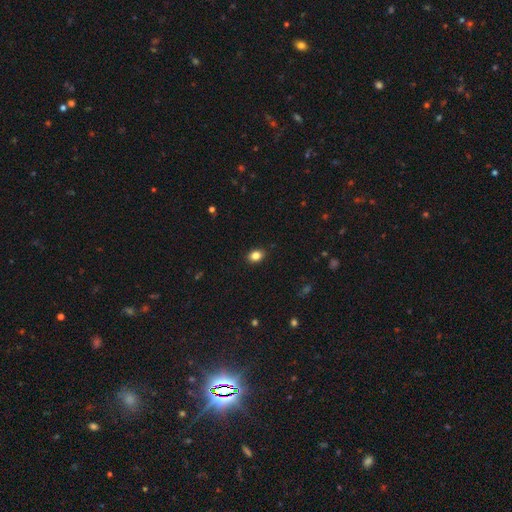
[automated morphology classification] smooth_or_featured: smooth (p=0.84) [alt: star or artifact p=0.10]
how_rounded: in between (p=0.62) [alt: round p=0.37]
merging: none (p=0.89) [alt: minor disturbance p=0.08]